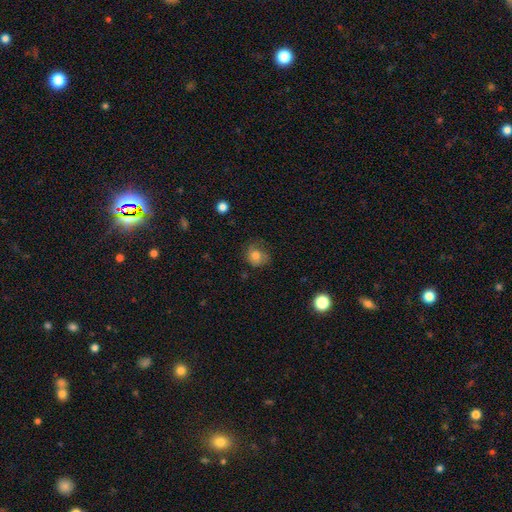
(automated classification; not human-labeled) Smooth or featured?
  - smooth: 73% *
  - featured or disk: 16%
  - star or artifact: 10%
How rounded?
  - round: 73% *
  - in between: 26%
  - cigar-shaped: 1%
Merging?
  - none: 57% *
  - minor disturbance: 28%
  - major disturbance: 14%
  - merger: 1%